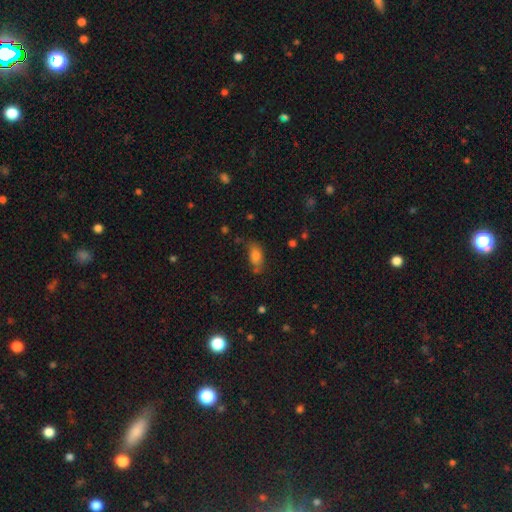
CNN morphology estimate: A smooth galaxy with no disk features (80%) that is in between round and cigar-shaped (88%).

Vote fractions:
- Smooth or featured? smooth: 80% / star or artifact: 10% / featured or disk: 10%
- How rounded? in between: 88% / cigar-shaped: 7% / round: 6%
- Merging? none: 62% / minor disturbance: 23% / merger: 8% / major disturbance: 7%